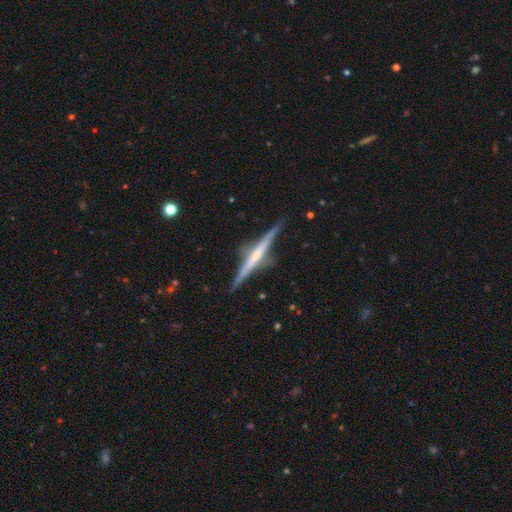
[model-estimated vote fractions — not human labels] The model was most divided on "edge-on bulge": rounded: 41%, none: 33%, boxy: 26%. More confident: edge-on disk — yes (98%); merging — none (84%); smooth or featured — featured or disk (77%).